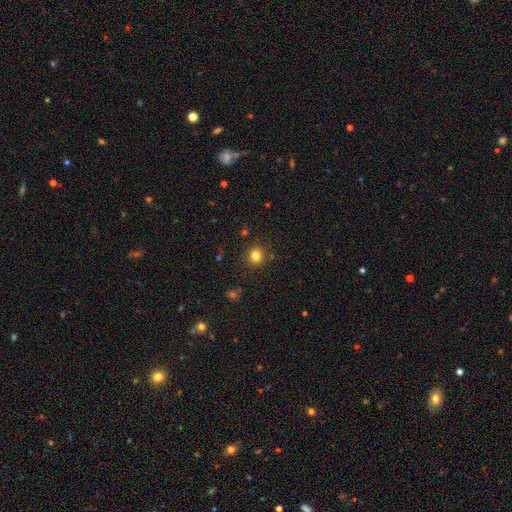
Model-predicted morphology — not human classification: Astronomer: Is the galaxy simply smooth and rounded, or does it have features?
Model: smooth — 81%.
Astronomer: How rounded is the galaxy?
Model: round — 82%.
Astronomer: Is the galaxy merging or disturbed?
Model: none — 86%.